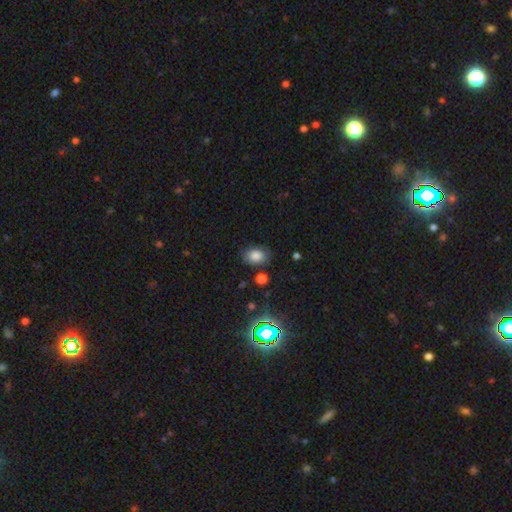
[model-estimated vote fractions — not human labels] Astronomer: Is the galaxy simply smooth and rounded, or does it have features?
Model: smooth — 80%.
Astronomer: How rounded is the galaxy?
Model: in between — 75%.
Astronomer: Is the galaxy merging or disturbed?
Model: none — 79%.